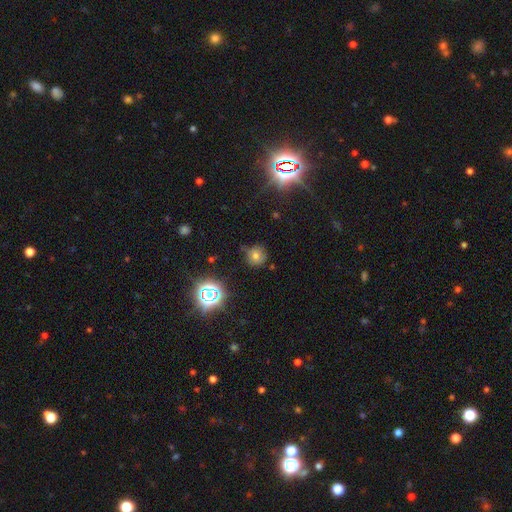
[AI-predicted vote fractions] smooth_or_featured: smooth (p=0.60) [alt: star or artifact p=0.25]
how_rounded: round (p=0.90) [alt: in between p=0.09]
merging: none (p=0.74) [alt: minor disturbance p=0.18]